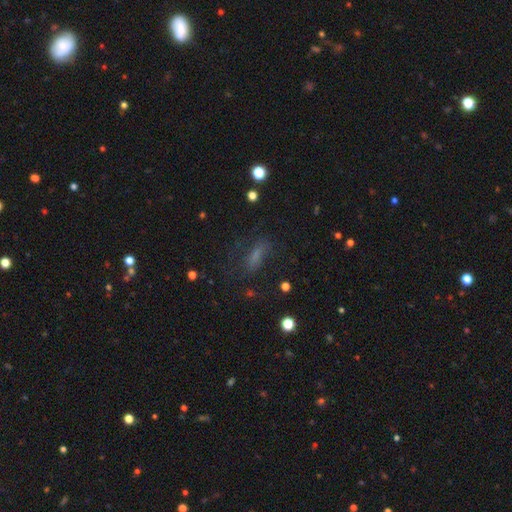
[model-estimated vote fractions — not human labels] Smooth or featured: smooth — 55% (star or artifact — 23%)
How rounded: in between — 59% (cigar-shaped — 34%)
Merging: none — 59% (minor disturbance — 20%)